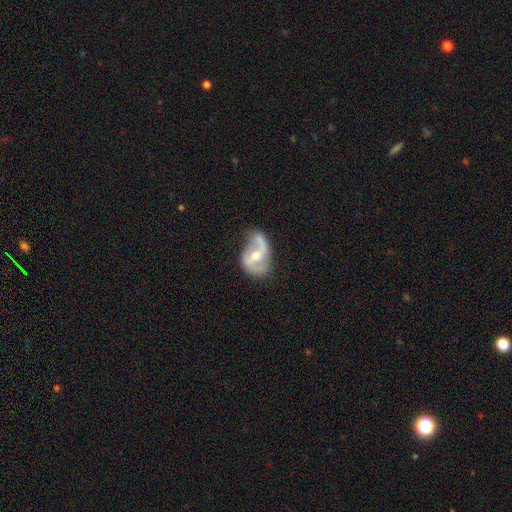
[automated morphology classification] smooth_or_featured: featured or disk (p=0.79) [alt: smooth p=0.15]
disk_edge_on: no (p=0.97) [alt: yes p=0.03]
bar: weak (p=0.45) [alt: strong p=0.28]
has_spiral_arms: yes (p=0.88) [alt: no p=0.12]
spiral_winding: loose (p=0.55) [alt: medium p=0.35]
spiral_arm_count: 2 (p=0.84) [alt: 1 p=0.07]
bulge_size: moderate (p=0.59) [alt: small p=0.36]
merging: none (p=0.55) [alt: minor disturbance p=0.29]